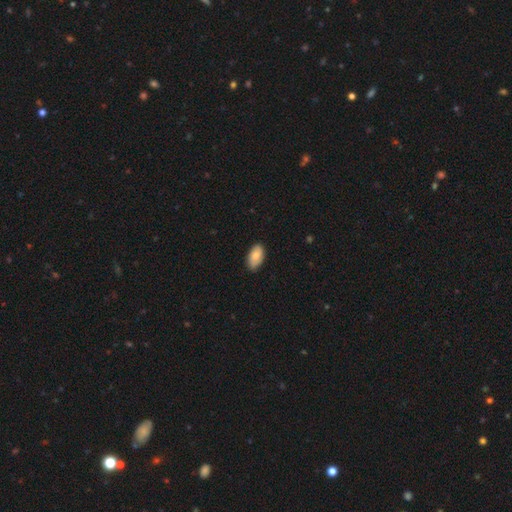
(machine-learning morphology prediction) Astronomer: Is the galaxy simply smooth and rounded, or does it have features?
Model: smooth — 79%.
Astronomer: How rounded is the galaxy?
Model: in between — 94%.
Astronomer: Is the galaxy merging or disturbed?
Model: none — 83%.